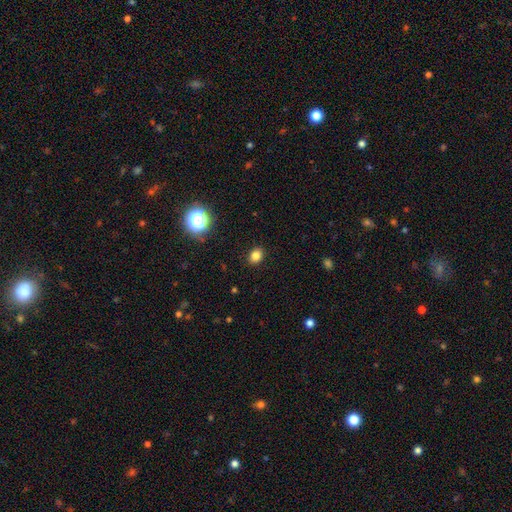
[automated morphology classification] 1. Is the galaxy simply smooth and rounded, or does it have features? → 81% smooth, 14% star or artifact, 5% featured or disk.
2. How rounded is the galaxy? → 55% in between, 44% round, 1% cigar-shaped.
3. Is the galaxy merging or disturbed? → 89% none, 7% minor disturbance, 2% major disturbance, 1% merger.